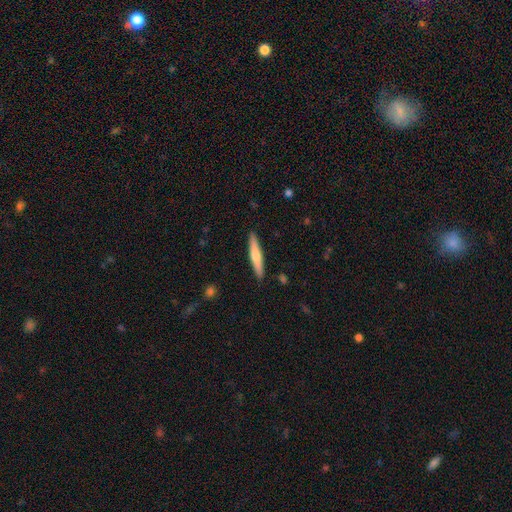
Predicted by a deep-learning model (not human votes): The model was most divided on "smooth or featured": smooth: 60%, featured or disk: 35%, star or artifact: 5%. More confident: how rounded — cigar-shaped (92%); merging — none (90%).